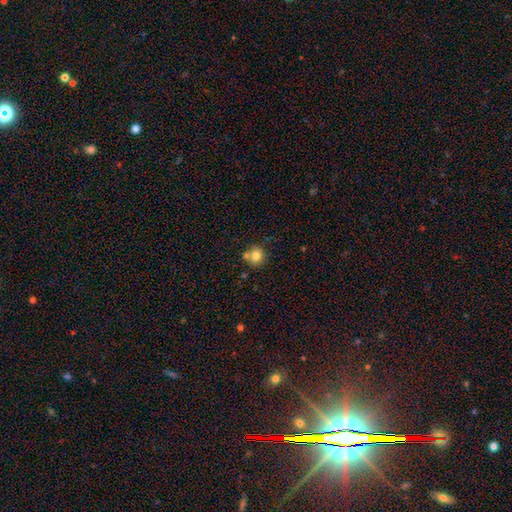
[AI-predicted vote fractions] Morphology: type=smooth (80%); roundness=round (89%); merging=none (62%).